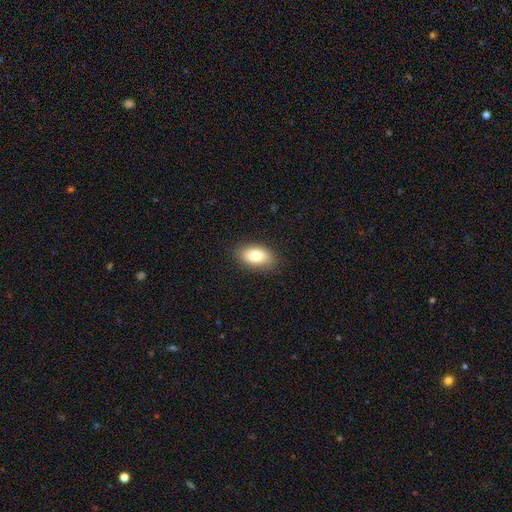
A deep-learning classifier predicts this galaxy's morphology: type=smooth (78%); roundness=in between (91%); merging=none (86%).